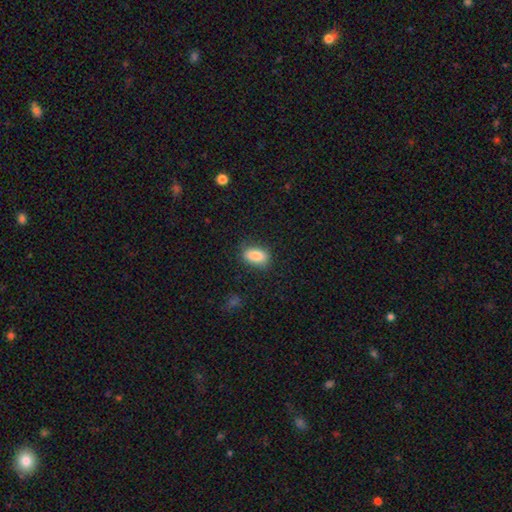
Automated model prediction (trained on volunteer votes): smooth 85%, star or artifact 7%, featured or disk 7%. Down the decision tree: how rounded — in between (88%); merging — none (81%).